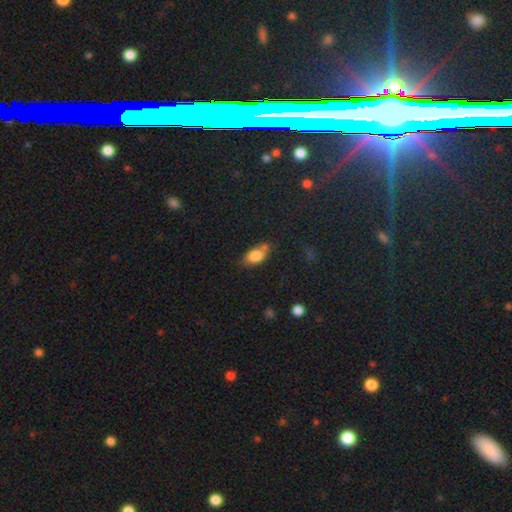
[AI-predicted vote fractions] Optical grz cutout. It shows a smooth galaxy with no disk features (82%) that is in between round and cigar-shaped (86%). Merging: none (56%).